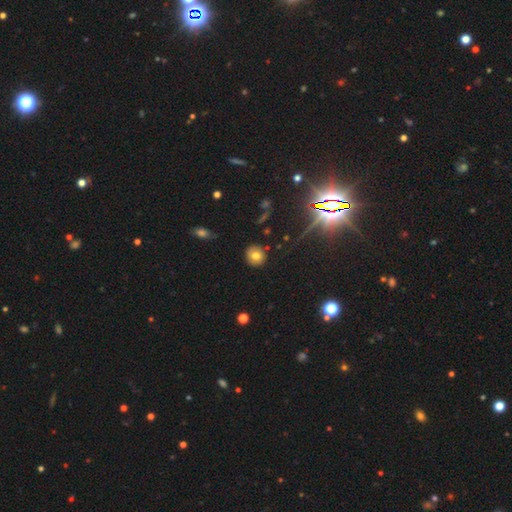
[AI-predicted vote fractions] The model was most divided on "smooth or featured": smooth: 73%, star or artifact: 14%, featured or disk: 13%. More confident: merging — none (89%); how rounded — round (88%).